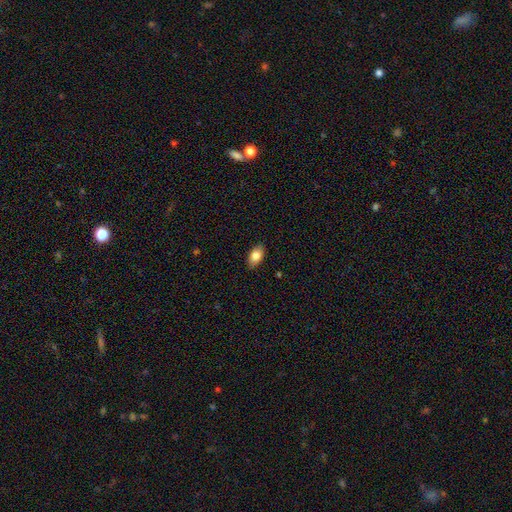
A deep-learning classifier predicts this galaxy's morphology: Smooth or featured: smooth — 83% (featured or disk — 10%)
How rounded: in between — 90% (round — 7%)
Merging: none — 86% (minor disturbance — 11%)